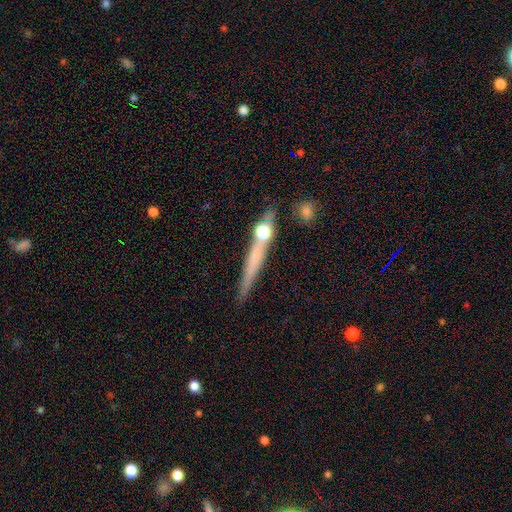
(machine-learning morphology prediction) type=featured or disk (48%); merging=none (75%).